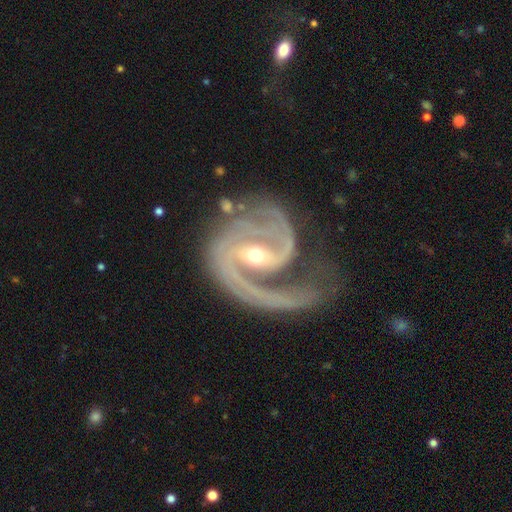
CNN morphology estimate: Smooth or featured? featured or disk (93%)
Edge-on disk? no (98%)
Bar? weak (39%, tied with strong)
Spiral arms? yes (98%)
Spiral winding? medium (46%)
Spiral arm count? 2 (52%)
Bulge size? small (49%)
Merging? none (38%)